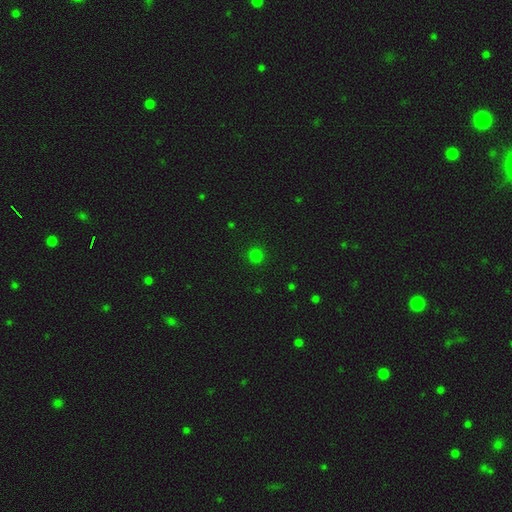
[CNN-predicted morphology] Overall: smooth (79%). How rounded: round (91%). Merging: none (91%).